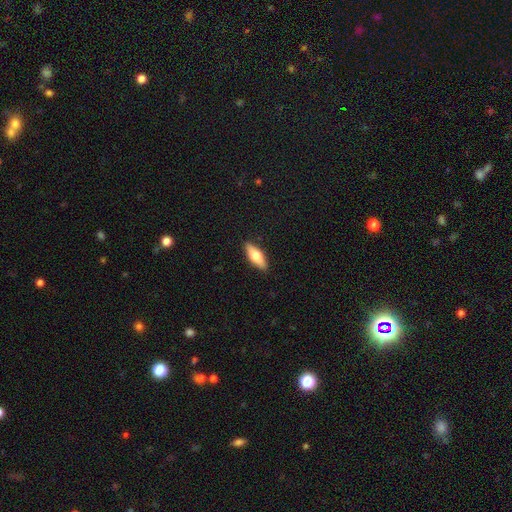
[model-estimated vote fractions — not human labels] smooth-or-featured: smooth: 66% | featured or disk: 28% | star or artifact: 6%
  how-rounded: in between: 60% | cigar-shaped: 38% | round: 2%
  merging: none: 89% | minor disturbance: 8% | major disturbance: 2% | merger: 1%